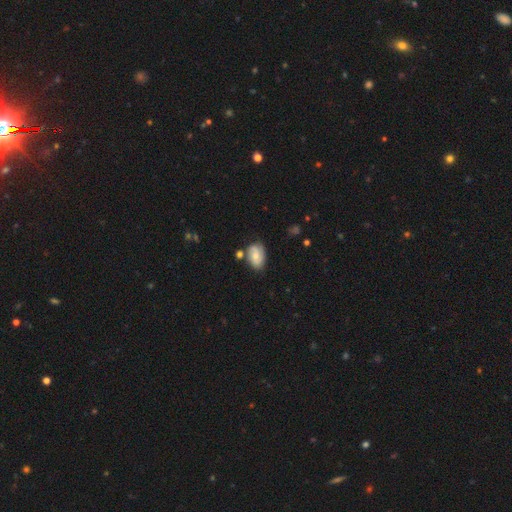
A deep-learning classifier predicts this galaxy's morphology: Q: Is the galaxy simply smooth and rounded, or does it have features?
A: smooth — 58%.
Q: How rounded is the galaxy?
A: in between — 86%.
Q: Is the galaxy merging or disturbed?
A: none — 61%.